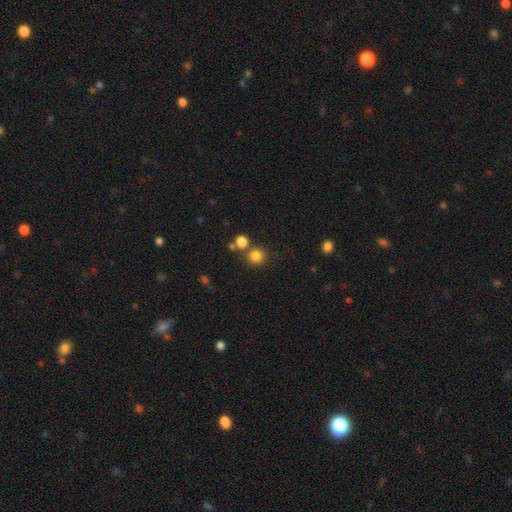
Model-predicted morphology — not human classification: A smooth galaxy with no disk features (82%) that is round (91%). Merging: none (75%).